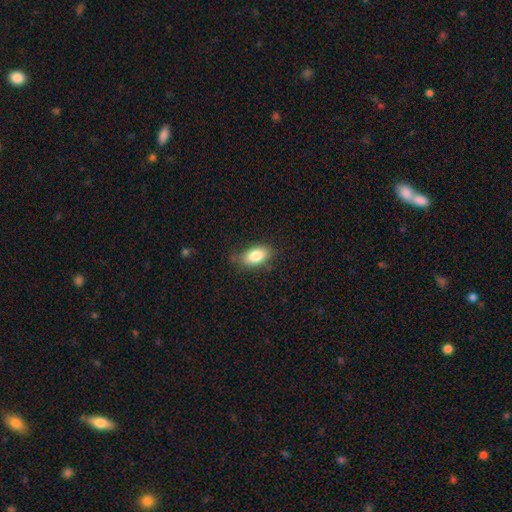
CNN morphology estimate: Overall: smooth (82%). How rounded: in between (91%). Merging: none (75%).